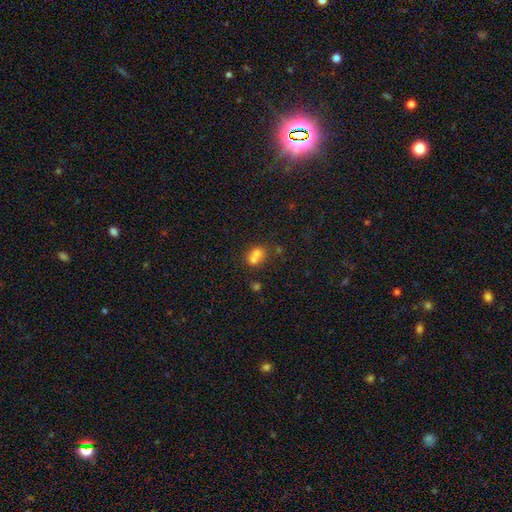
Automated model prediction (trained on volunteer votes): Smooth or featured? smooth (68%)
How rounded? round (55%)
Merging? merger (64%)